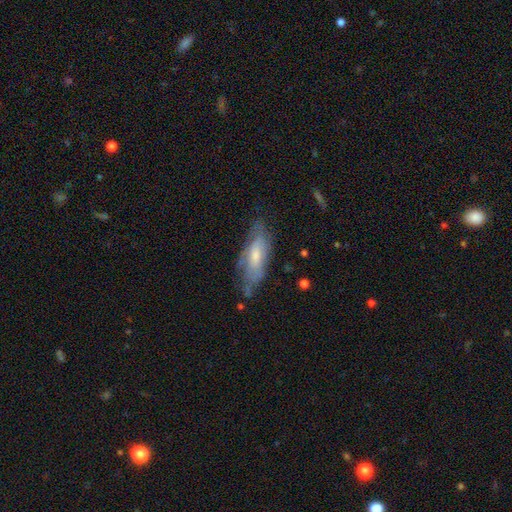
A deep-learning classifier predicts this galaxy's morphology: Smooth or featured? Predicted: featured or disk (p=0.53). Edge-on disk? Predicted: no (p=0.75). Merging? Predicted: none (p=0.55).